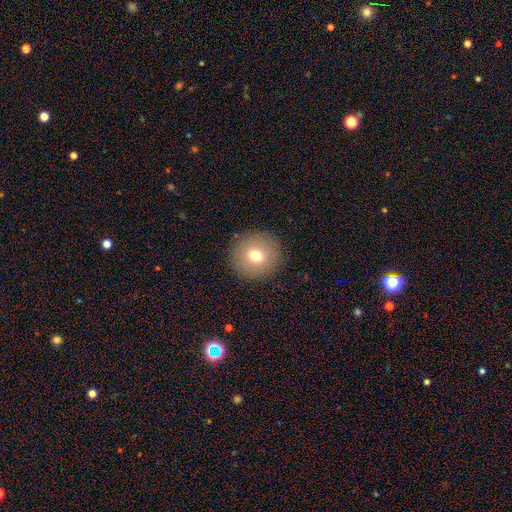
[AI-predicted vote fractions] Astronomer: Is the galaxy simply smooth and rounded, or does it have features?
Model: smooth — 72%.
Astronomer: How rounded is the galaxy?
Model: round — 94%.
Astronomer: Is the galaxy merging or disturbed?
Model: none — 90%.